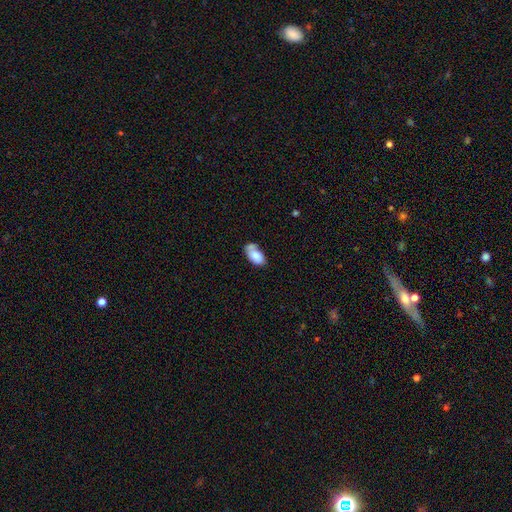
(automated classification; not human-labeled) The model was most divided on "merging": none: 44%, minor disturbance: 26%, merger: 20%, major disturbance: 10%. More confident: how rounded — in between (94%); smooth or featured — smooth (78%).